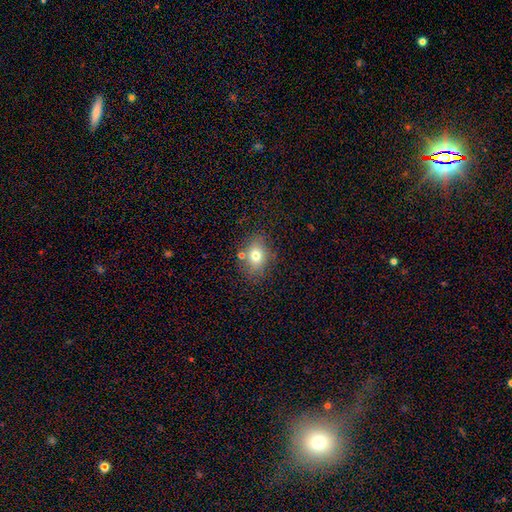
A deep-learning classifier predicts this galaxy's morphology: This appears to be a smooth galaxy with no disk features (74%) that is in between round and cigar-shaped (63%). Merging: none (74%).